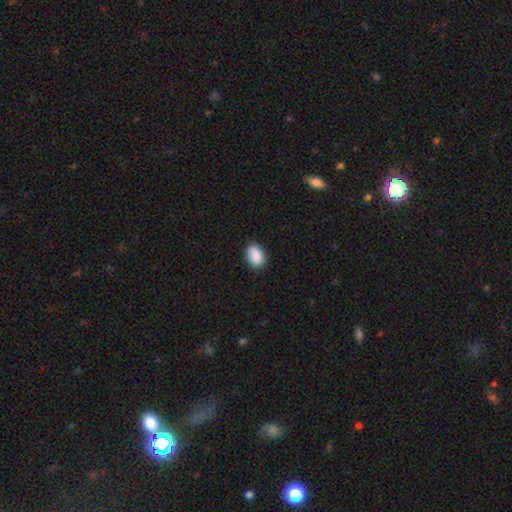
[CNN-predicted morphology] smooth 90%, star or artifact 7%, featured or disk 3%. Down the decision tree: how rounded — in between (86%); merging — none (85%).